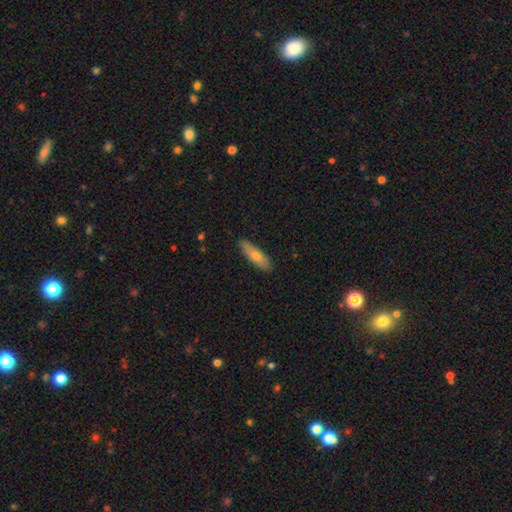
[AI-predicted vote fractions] smooth_or_featured: smooth (p=0.62) [alt: featured or disk p=0.31]
how_rounded: cigar-shaped (p=0.66) [alt: in between p=0.31]
merging: none (p=0.88) [alt: minor disturbance p=0.10]